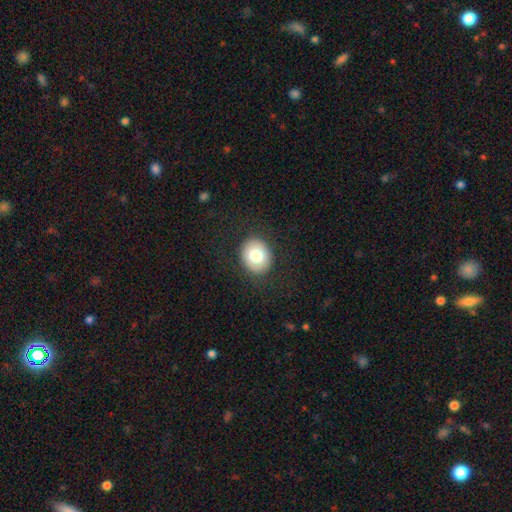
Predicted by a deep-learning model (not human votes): Smooth or featured? Predicted: smooth (p=0.78). How rounded? Predicted: round (p=0.60). Merging? Predicted: none (p=0.88).